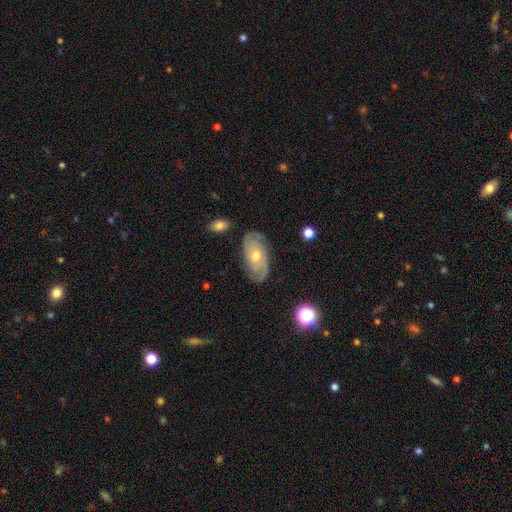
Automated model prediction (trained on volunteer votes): This appears to be a featured or disk galaxy (77%) with no bar (72%), 2 (43%) tight (58%) spiral arms (92%) and a moderate central bulge (55%). Merging: none (80%).